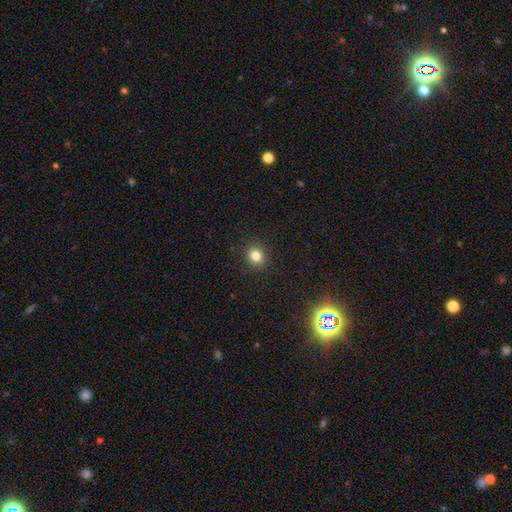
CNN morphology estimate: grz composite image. It shows a smooth galaxy with no disk features (81%) that is round (80%). Merging: none (91%).